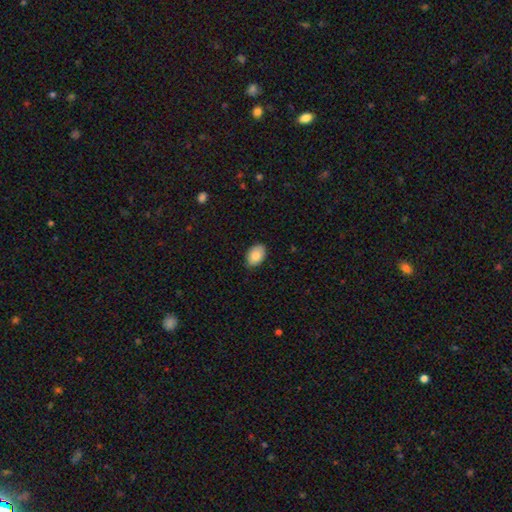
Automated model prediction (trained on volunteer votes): The model was most divided on "merging": none: 83%, minor disturbance: 14%, major disturbance: 2%, merger: 1%. More confident: how rounded — in between (86%); smooth or featured — smooth (85%).